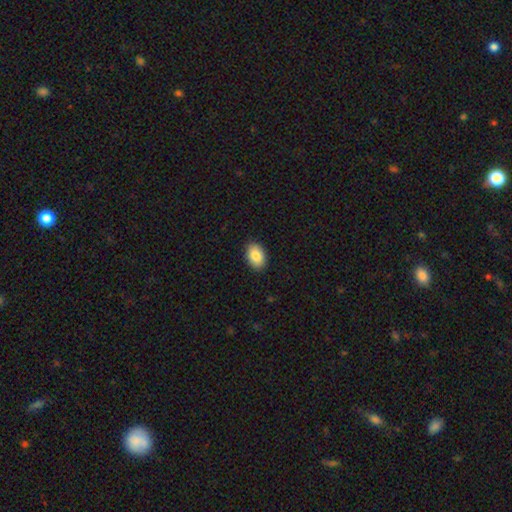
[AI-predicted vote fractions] Morphology: type=smooth (86%); roundness=in between (88%); merging=none (90%).